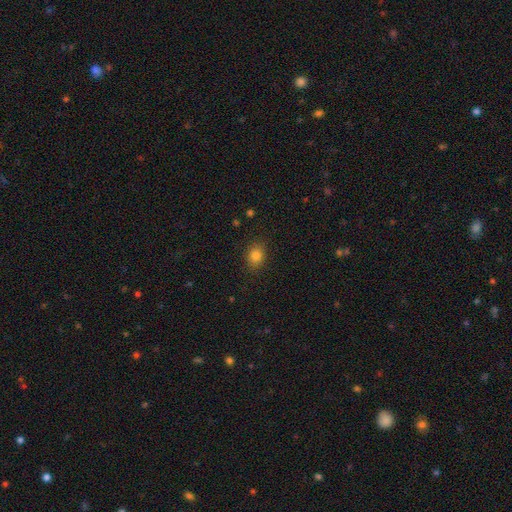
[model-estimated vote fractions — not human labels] smooth 83%, star or artifact 12%, featured or disk 6%. Down the decision tree: how rounded — round (50%); merging — none (86%).